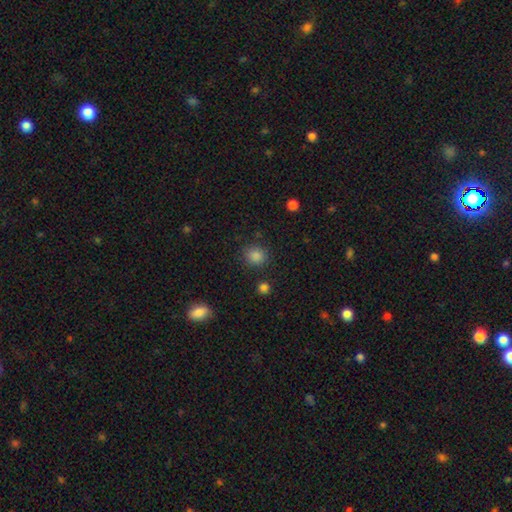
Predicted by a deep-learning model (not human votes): A smooth galaxy with no disk features (84%) that is round (82%).

Vote fractions:
- Smooth or featured? smooth: 84% / star or artifact: 12% / featured or disk: 4%
- How rounded? round: 82% / in between: 17% / cigar-shaped: 1%
- Merging? none: 85% / minor disturbance: 9% / major disturbance: 3% / merger: 3%